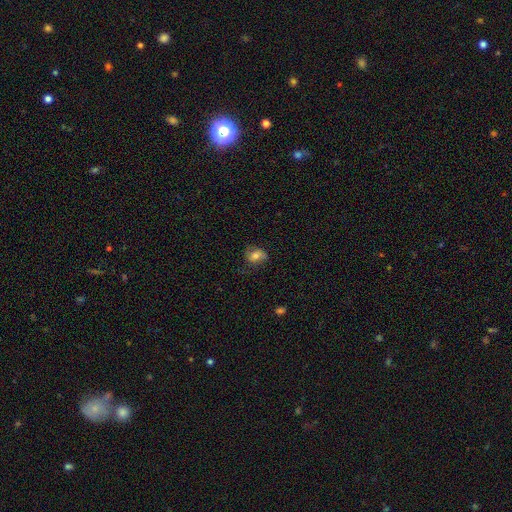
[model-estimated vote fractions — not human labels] Smooth or featured? Predicted: smooth (p=0.53). How rounded? Predicted: in between (p=0.56). Merging? Predicted: none (p=0.64).